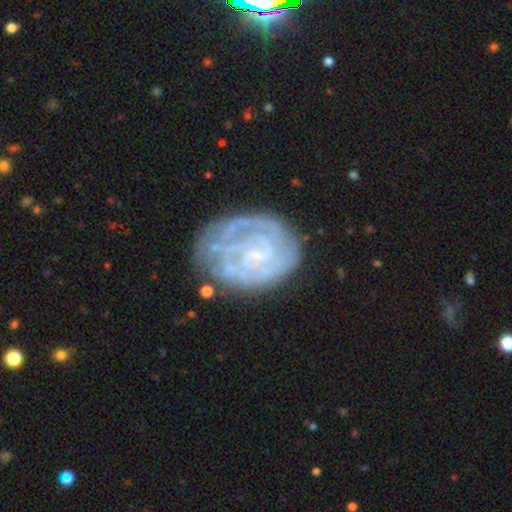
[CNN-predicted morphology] smooth_or_featured: featured or disk (p=0.79) [alt: smooth p=0.14]
disk_edge_on: no (p=0.98) [alt: yes p=0.02]
bar: no (p=0.55) [alt: weak p=0.36]
has_spiral_arms: yes (p=0.79) [alt: no p=0.21]
spiral_winding: tight (p=0.67) [alt: medium p=0.25]
spiral_arm_count: can't tell (p=0.49) [alt: 2 p=0.20]
bulge_size: small (p=0.50) [alt: none p=0.35]
merging: none (p=0.61) [alt: minor disturbance p=0.22]